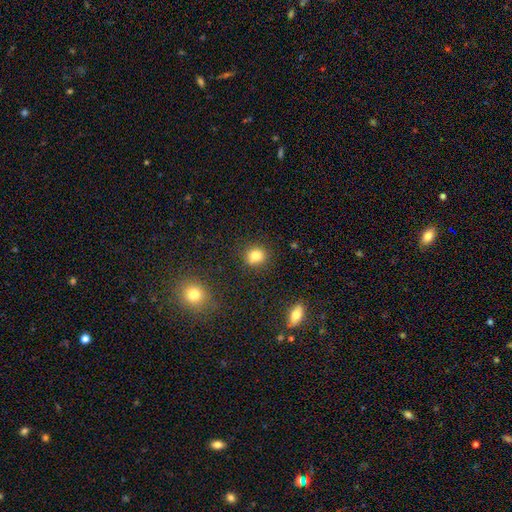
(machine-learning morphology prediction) This is clearly a smooth galaxy (80%). How rounded: likely round (78%). Merging: clearly none (82%).